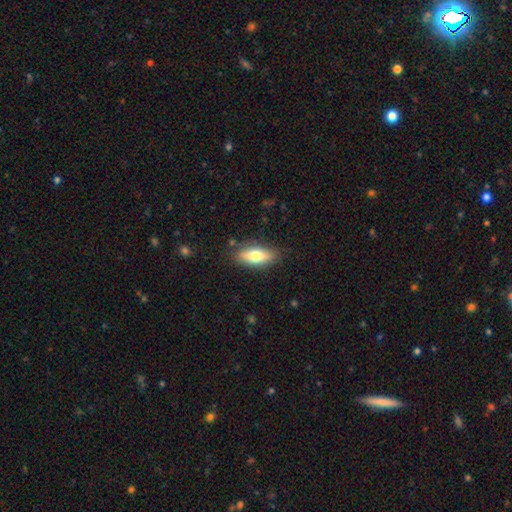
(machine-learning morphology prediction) Smooth or featured?
  - smooth: 70% *
  - featured or disk: 23%
  - star or artifact: 7%
How rounded?
  - in between: 77% *
  - cigar-shaped: 20%
  - round: 3%
Merging?
  - none: 83% *
  - minor disturbance: 12%
  - major disturbance: 3%
  - merger: 2%